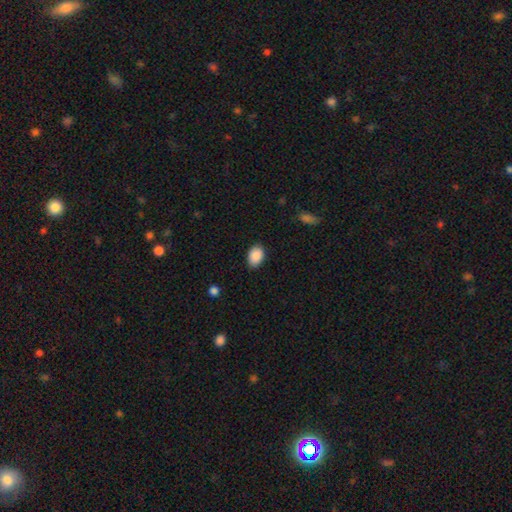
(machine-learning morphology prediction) Smooth or featured: smooth — 90% (star or artifact — 7%)
How rounded: in between — 84% (round — 15%)
Merging: none — 84% (minor disturbance — 13%)